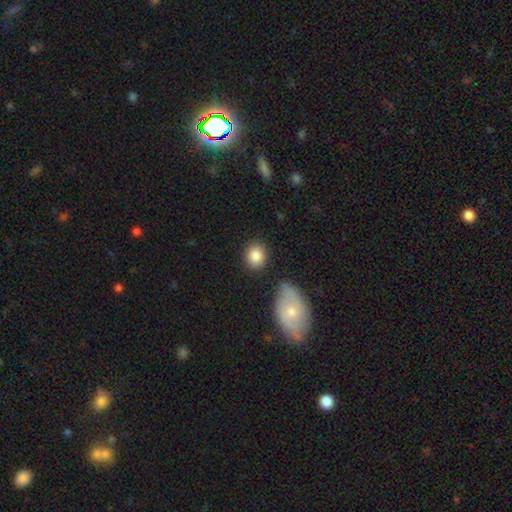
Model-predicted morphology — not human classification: Smooth or featured? smooth (87%)
How rounded? round (64%)
Merging? none (80%)